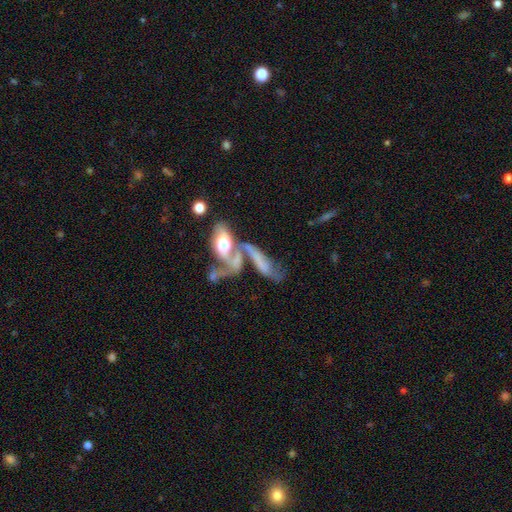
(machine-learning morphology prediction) Smooth or featured?
  - featured or disk: 56% *
  - smooth: 30%
  - star or artifact: 14%
Edge-on disk?
  - no: 73% *
  - yes: 27%
Merging?
  - merger: 48% *
  - none: 26%
  - major disturbance: 14%
  - minor disturbance: 12%